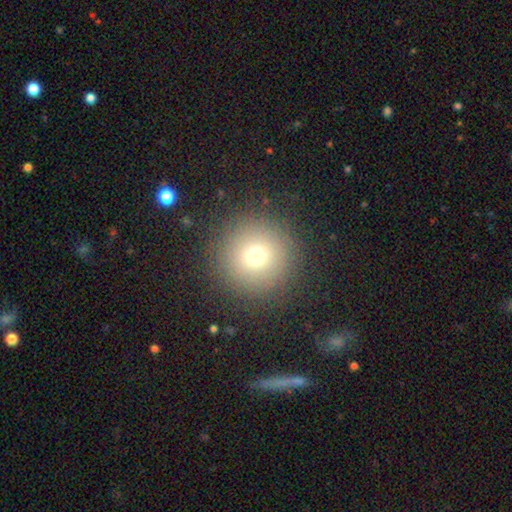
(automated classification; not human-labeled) smooth 72%, star or artifact 17%, featured or disk 11%. Down the decision tree: how rounded — round (96%); merging — none (89%).